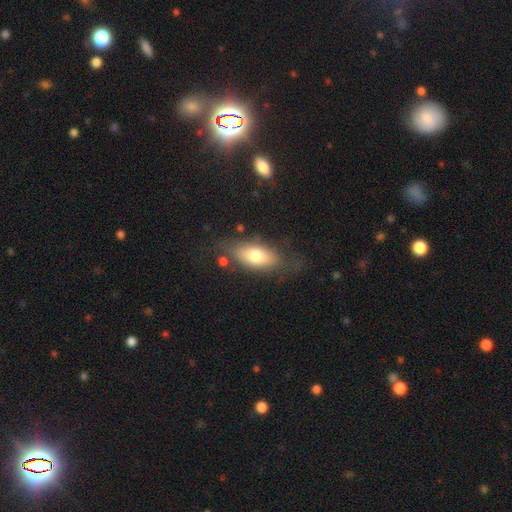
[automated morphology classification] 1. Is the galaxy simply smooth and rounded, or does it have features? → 72% smooth, 21% featured or disk, 7% star or artifact.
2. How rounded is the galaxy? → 85% in between, 11% cigar-shaped, 4% round.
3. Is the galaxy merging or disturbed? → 67% none, 20% minor disturbance, 10% major disturbance, 4% merger.